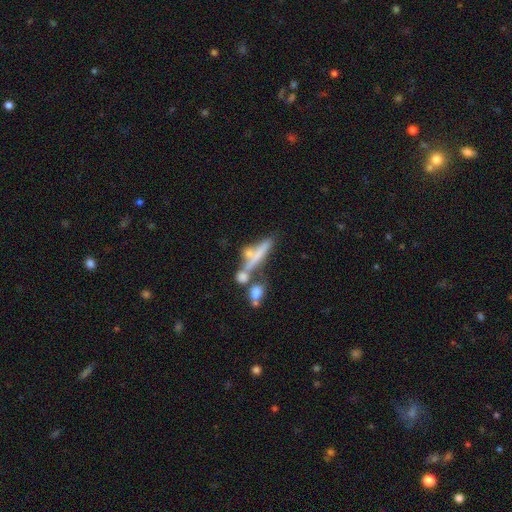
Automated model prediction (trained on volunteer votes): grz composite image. It shows a smooth galaxy with no disk features (45%). Merging: merger (44%).